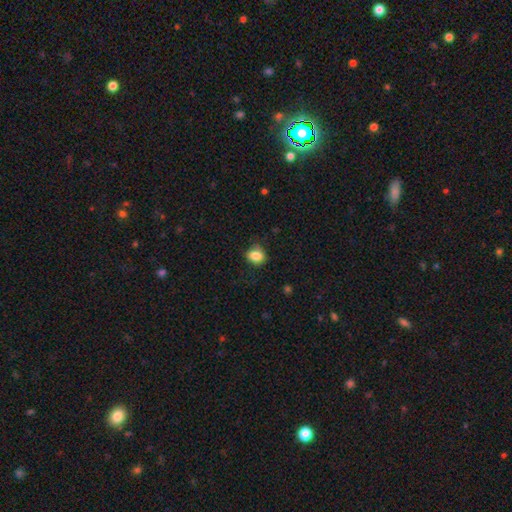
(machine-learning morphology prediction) A smooth galaxy with no disk features (85%) that is in between round and cigar-shaped (50%). Merging: none (73%).